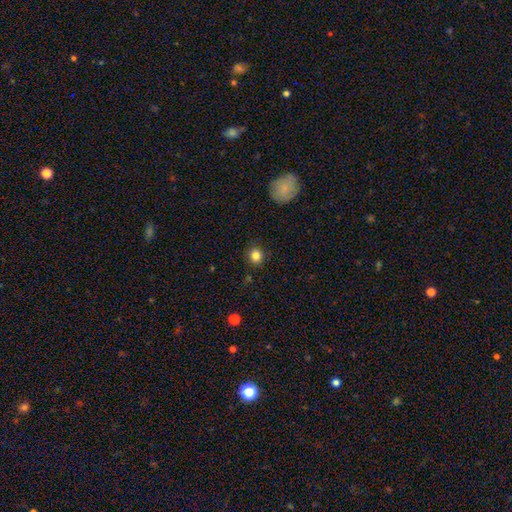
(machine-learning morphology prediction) A smooth galaxy with no disk features (83%) that is round (88%).

Vote fractions:
- Smooth or featured? smooth: 83% / star or artifact: 11% / featured or disk: 5%
- How rounded? round: 88% / in between: 11% / cigar-shaped: 1%
- Merging? none: 88% / minor disturbance: 9% / major disturbance: 2% / merger: 1%